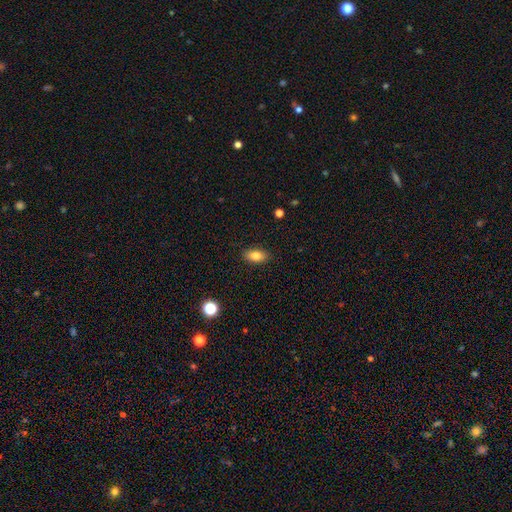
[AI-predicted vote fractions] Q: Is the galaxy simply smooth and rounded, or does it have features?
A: smooth — 82%.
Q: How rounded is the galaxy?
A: in between — 89%.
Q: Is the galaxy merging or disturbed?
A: none — 88%.